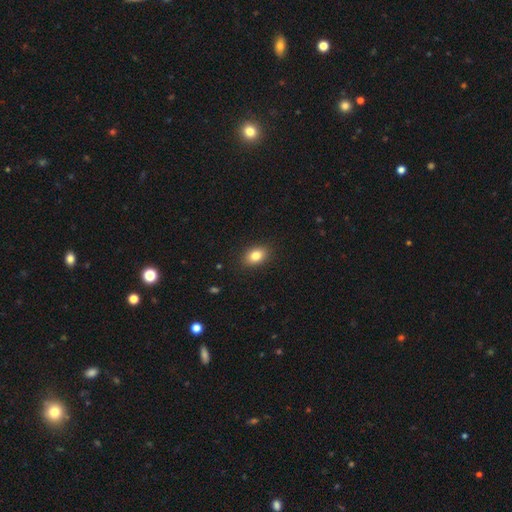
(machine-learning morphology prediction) The model was most divided on "how rounded": in between: 78%, round: 21%, cigar-shaped: 1%. More confident: merging — none (89%); smooth or featured — smooth (82%).